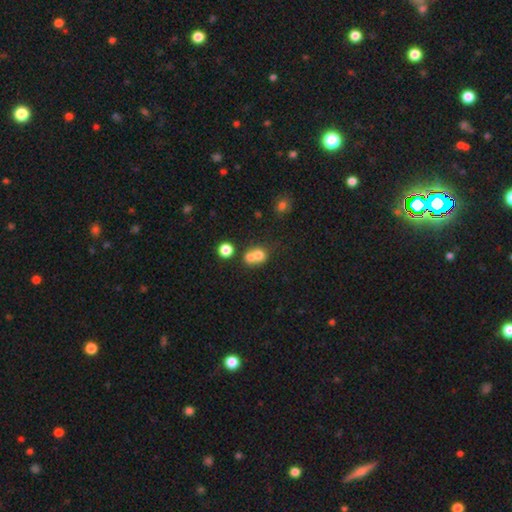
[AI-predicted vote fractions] smooth 73%, featured or disk 15%, star or artifact 12%. Down the decision tree: how rounded — round (78%); merging — merger (60%).